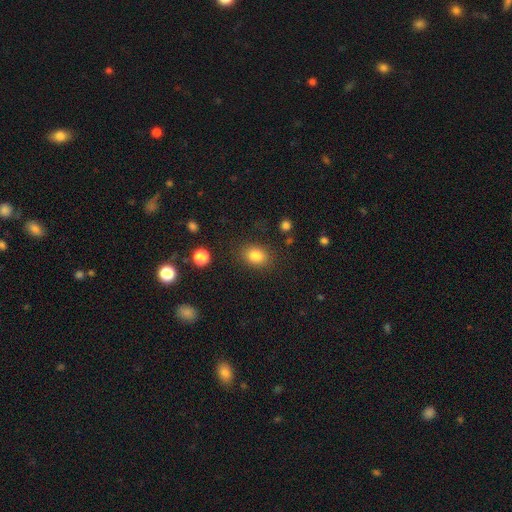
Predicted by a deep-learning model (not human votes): smooth 83%, star or artifact 10%, featured or disk 6%. Down the decision tree: how rounded — in between (60%); merging — none (84%).